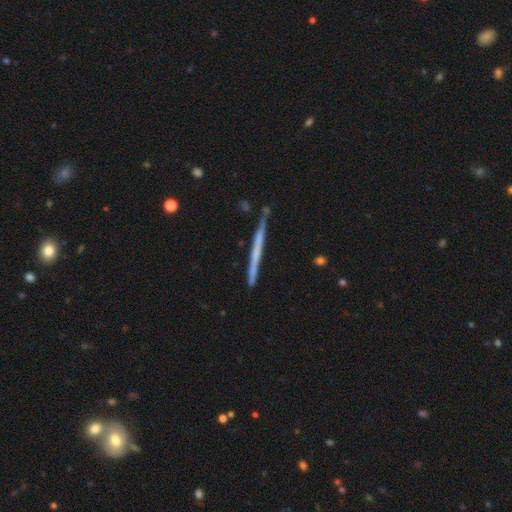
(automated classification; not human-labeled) A featured or disk galaxy (57%) viewed edge-on (97%) with no central bulge (87%).

Vote fractions:
- Smooth or featured? featured or disk: 57% / smooth: 38% / star or artifact: 5%
- Edge-on disk? yes: 97% / no: 3%
- Edge-on bulge? none: 87% / rounded: 9% / boxy: 5%
- Merging? none: 84% / minor disturbance: 11% / merger: 3% / major disturbance: 2%